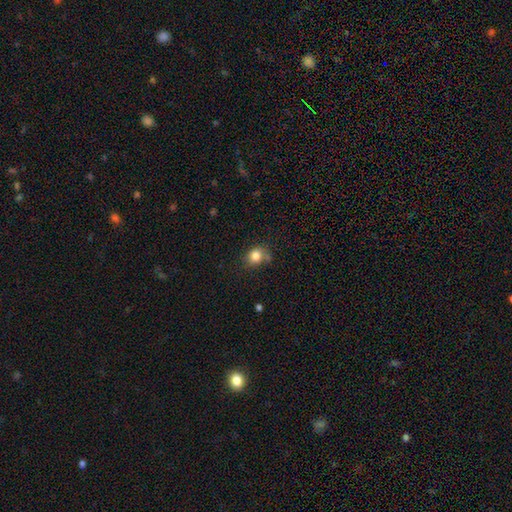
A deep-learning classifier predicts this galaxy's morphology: This appears to be a smooth galaxy with no disk features (82%) that is round (67%). Merging: none (66%).